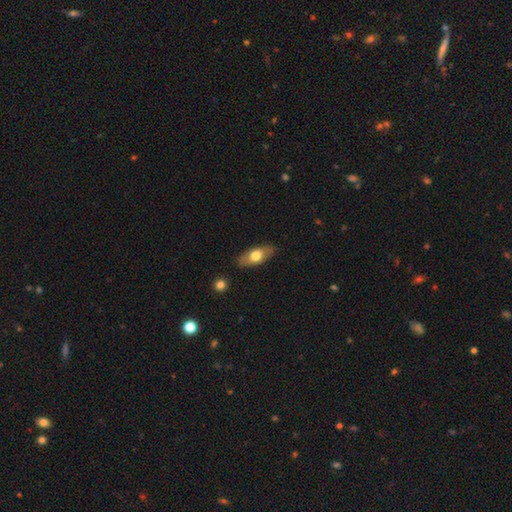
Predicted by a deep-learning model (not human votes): Smooth or featured? smooth (65%)
How rounded? in between (83%)
Merging? none (85%)